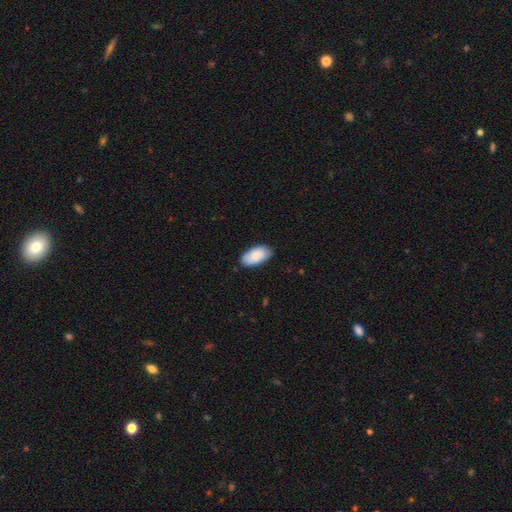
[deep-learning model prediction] Smooth or featured? Predicted: smooth (p=0.84). How rounded? Predicted: in between (p=0.96). Merging? Predicted: none (p=0.82).